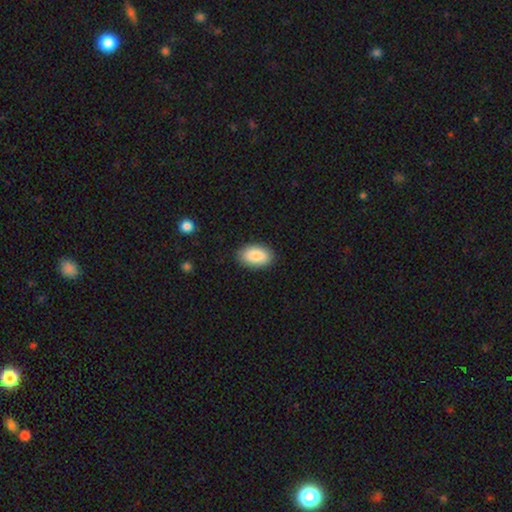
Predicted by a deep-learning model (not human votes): smooth-or-featured: smooth: 86% | featured or disk: 8% | star or artifact: 6%
  how-rounded: in between: 93% | round: 5% | cigar-shaped: 2%
  merging: none: 87% | minor disturbance: 9% | major disturbance: 2% | merger: 1%